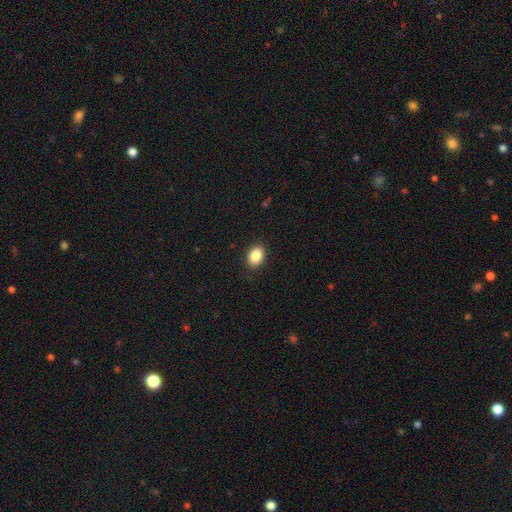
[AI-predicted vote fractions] Morphology: type=smooth (88%); roundness=in between (66%); merging=none (89%).